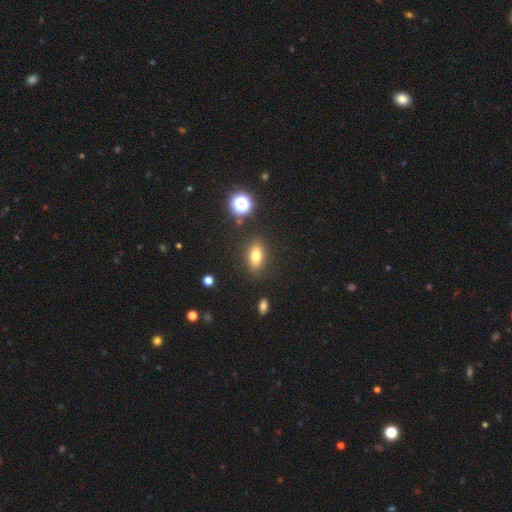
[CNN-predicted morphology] smooth-or-featured: smooth: 72% | featured or disk: 15% | star or artifact: 13%
  how-rounded: in between: 77% | round: 12% | cigar-shaped: 11%
  merging: none: 86% | minor disturbance: 9% | major disturbance: 3% | merger: 2%